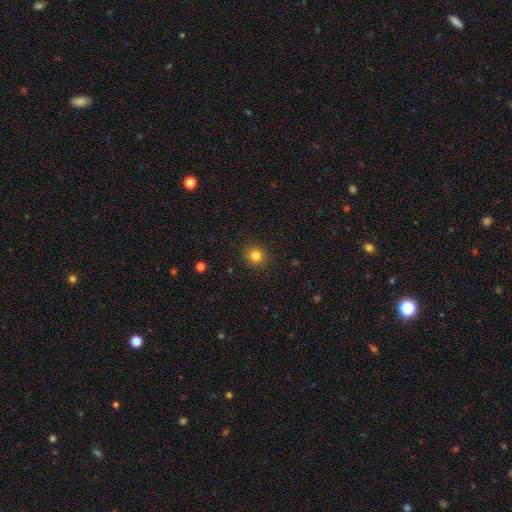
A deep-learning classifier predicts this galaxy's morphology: This is clearly a smooth galaxy (82%). How rounded: clearly round (91%). Merging: clearly none (91%).